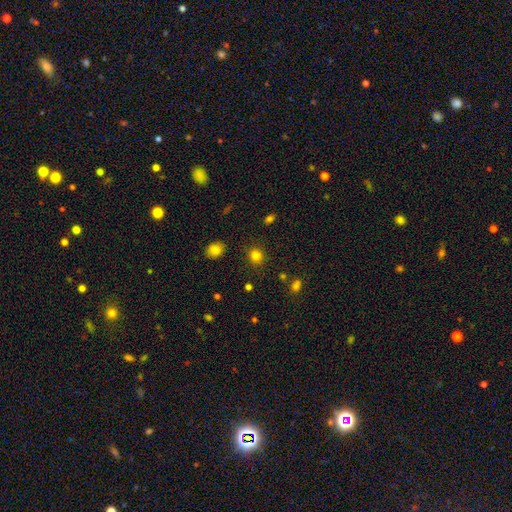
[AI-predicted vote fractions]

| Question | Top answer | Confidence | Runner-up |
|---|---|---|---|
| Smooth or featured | smooth | 81% | star or artifact (14%) |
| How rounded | round | 83% | in between (16%) |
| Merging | none | 87% | minor disturbance (8%) |